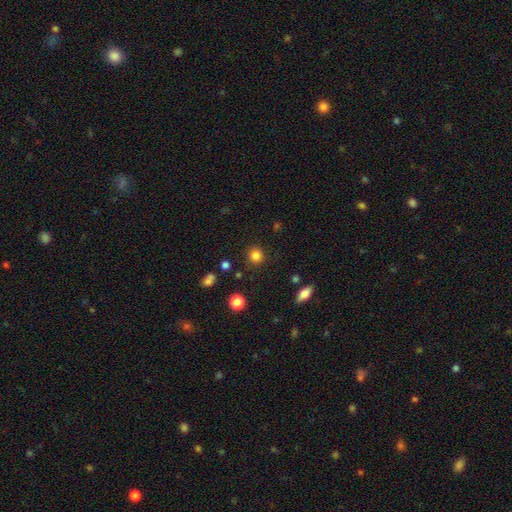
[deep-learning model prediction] Smooth or featured?
  - smooth: 83% *
  - star or artifact: 12%
  - featured or disk: 5%
How rounded?
  - round: 89% *
  - in between: 10%
  - cigar-shaped: 1%
Merging?
  - none: 88% *
  - minor disturbance: 7%
  - major disturbance: 3%
  - merger: 2%